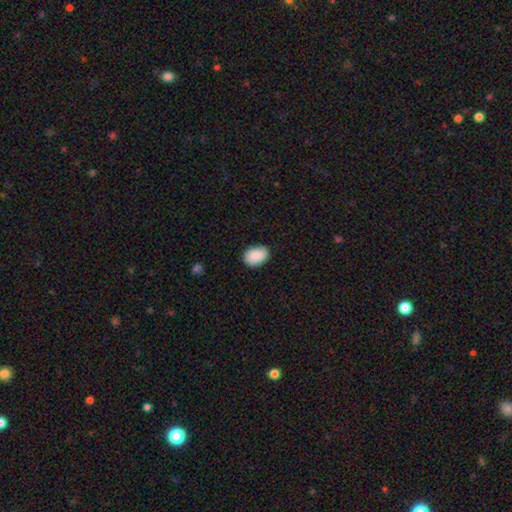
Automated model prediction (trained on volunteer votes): Smooth or featured? Predicted: smooth (p=0.90). How rounded? Predicted: in between (p=0.82). Merging? Predicted: none (p=0.86).